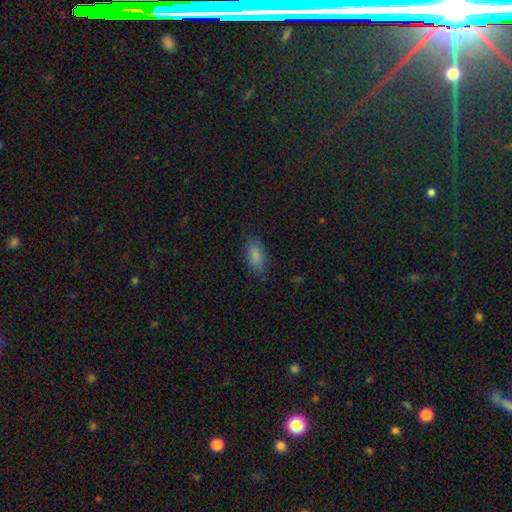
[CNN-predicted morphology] A smooth galaxy with no disk features (85%) that is in between round and cigar-shaped (88%).

Vote fractions:
- Smooth or featured? smooth: 85% / star or artifact: 8% / featured or disk: 7%
- How rounded? in between: 88% / cigar-shaped: 9% / round: 3%
- Merging? none: 81% / minor disturbance: 15% / major disturbance: 3% / merger: 1%